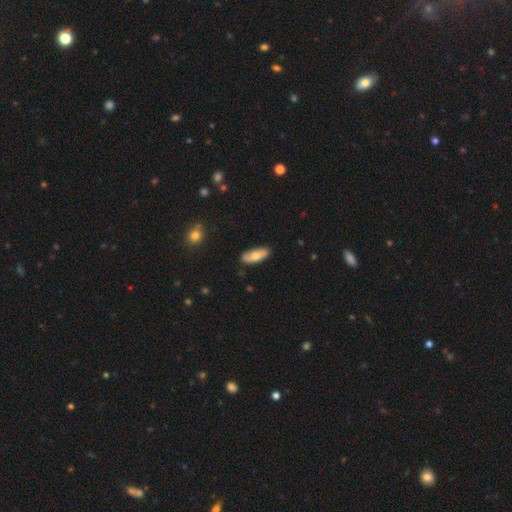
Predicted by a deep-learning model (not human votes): Smooth or featured? Predicted: smooth (p=0.71). How rounded? Predicted: in between (p=0.75). Merging? Predicted: none (p=0.83).